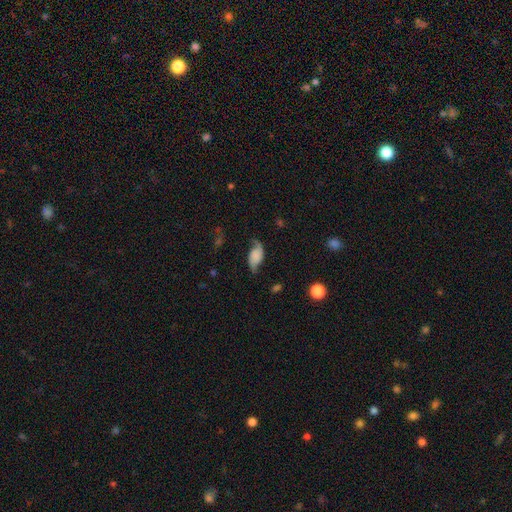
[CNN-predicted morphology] Smooth or featured: featured or disk — 46% (smooth — 44%)
Merging: none — 52% (minor disturbance — 28%)